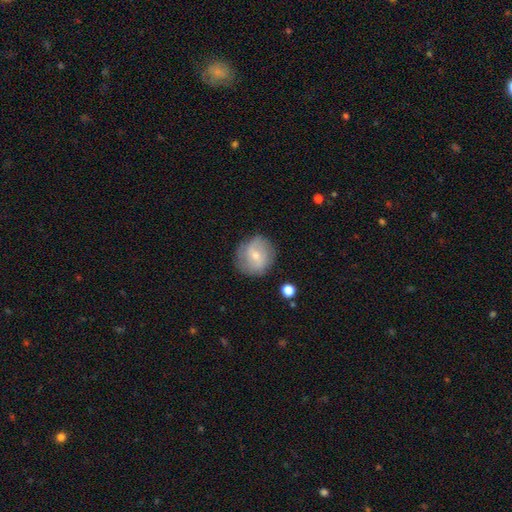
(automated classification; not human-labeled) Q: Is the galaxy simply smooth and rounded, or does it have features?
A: smooth — 49%.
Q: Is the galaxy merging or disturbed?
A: none — 79%.